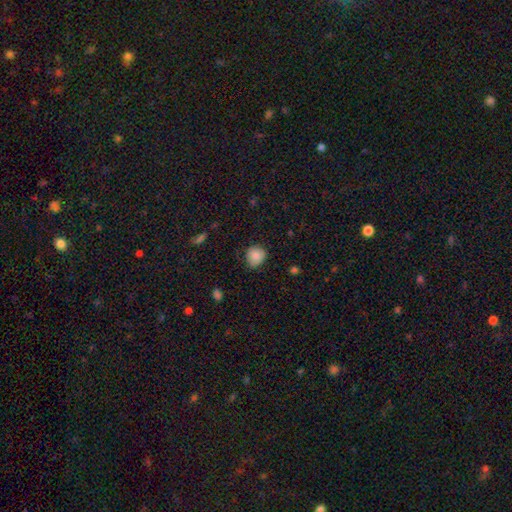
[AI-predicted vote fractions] smooth_or_featured: smooth (p=0.82) [alt: featured or disk p=0.09]
how_rounded: round (p=0.80) [alt: in between p=0.19]
merging: none (p=0.74) [alt: minor disturbance p=0.21]